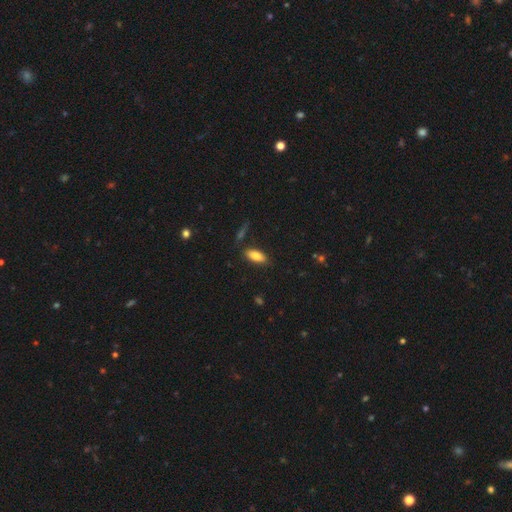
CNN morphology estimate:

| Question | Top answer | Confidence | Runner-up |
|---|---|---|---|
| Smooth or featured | smooth | 82% | featured or disk (10%) |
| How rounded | in between | 83% | cigar-shaped (15%) |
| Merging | none | 84% | minor disturbance (10%) |